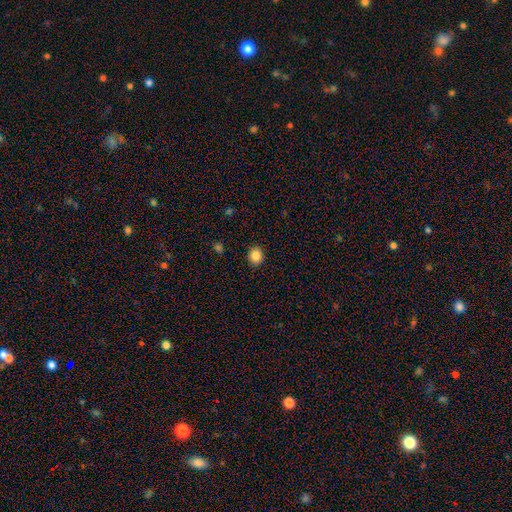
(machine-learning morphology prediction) smooth-or-featured: smooth: 85% | star or artifact: 10% | featured or disk: 5%
  how-rounded: round: 74% | in between: 25% | cigar-shaped: 1%
  merging: none: 91% | minor disturbance: 6% | major disturbance: 2% | merger: 1%